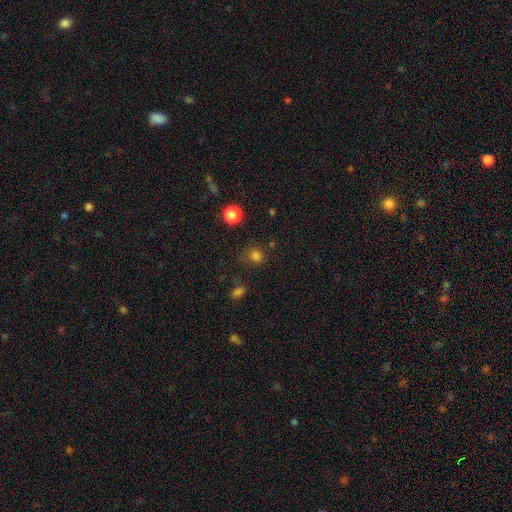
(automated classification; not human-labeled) smooth-or-featured: smooth: 77% | star or artifact: 19% | featured or disk: 5%
  how-rounded: round: 82% | in between: 17% | cigar-shaped: 1%
  merging: none: 74% | minor disturbance: 15% | major disturbance: 7% | merger: 4%